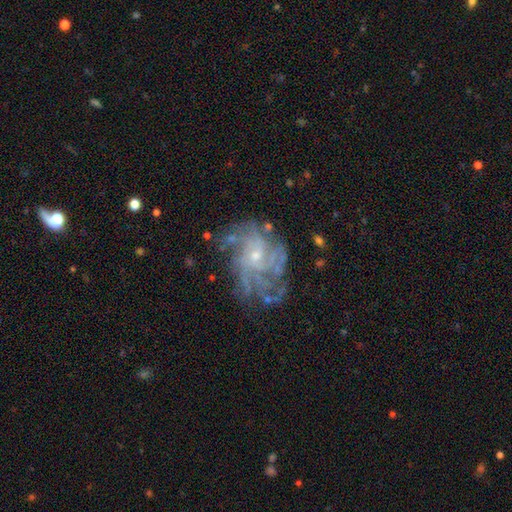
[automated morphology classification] smooth_or_featured: featured or disk (p=0.82) [alt: star or artifact p=0.10]
disk_edge_on: no (p=0.98) [alt: yes p=0.02]
bar: no (p=0.70) [alt: weak p=0.25]
has_spiral_arms: yes (p=0.91) [alt: no p=0.09]
spiral_winding: tight (p=0.48) [alt: medium p=0.38]
spiral_arm_count: can't tell (p=0.32) [alt: 4 p=0.22]
bulge_size: small (p=0.71) [alt: moderate p=0.23]
merging: none (p=0.62) [alt: minor disturbance p=0.20]